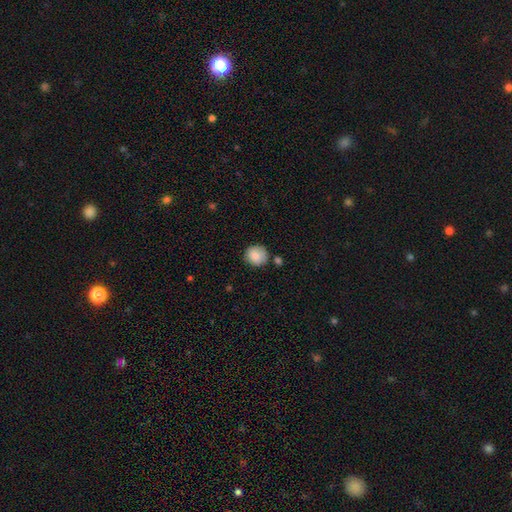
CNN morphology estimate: A smooth galaxy with no disk features (86%) that is round (89%). Merging: none (78%).